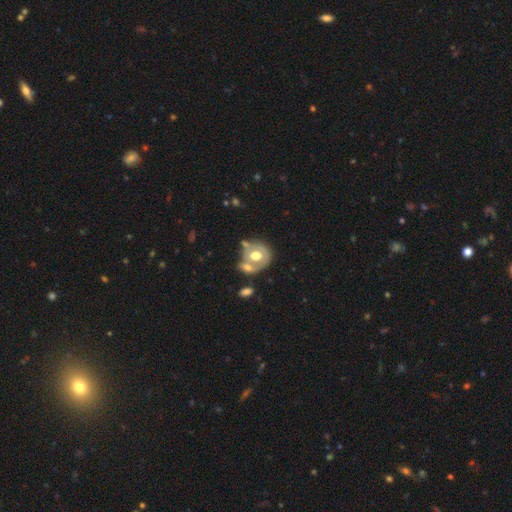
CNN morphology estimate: This appears to be a featured or disk galaxy (48%). Merging: none (42%).